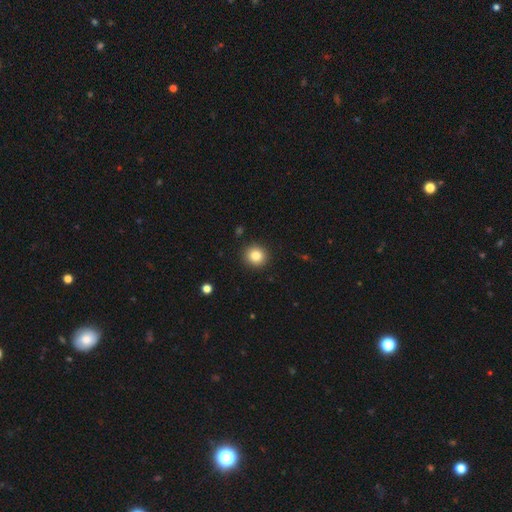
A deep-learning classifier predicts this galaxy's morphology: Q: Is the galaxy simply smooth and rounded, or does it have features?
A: smooth — 84%.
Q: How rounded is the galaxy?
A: round — 91%.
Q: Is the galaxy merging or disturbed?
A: none — 92%.